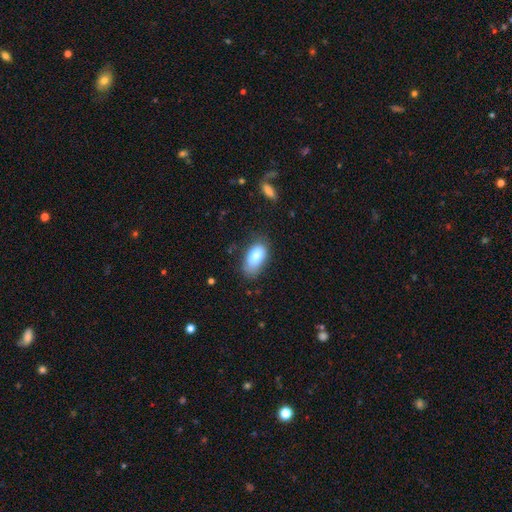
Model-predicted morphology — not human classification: The model was most divided on "merging": none: 71%, minor disturbance: 21%, major disturbance: 6%, merger: 2%. More confident: how rounded — in between (93%); smooth or featured — smooth (79%).